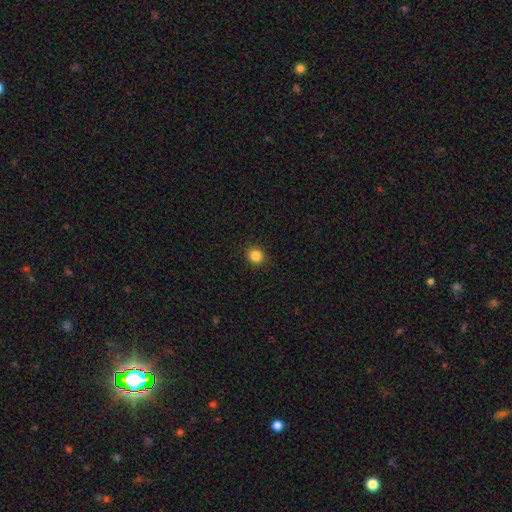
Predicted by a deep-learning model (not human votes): Q: Smooth or featured?
A: smooth (85%); runner-up: star or artifact (11%)
Q: How rounded?
A: round (83%); runner-up: in between (16%)
Q: Merging?
A: none (91%); runner-up: minor disturbance (6%)